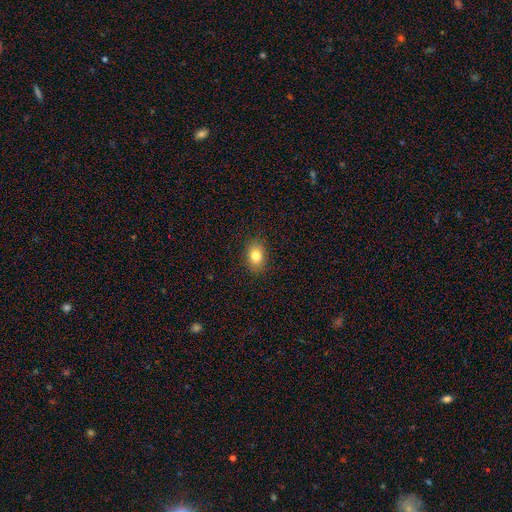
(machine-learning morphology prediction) The model was most divided on "how rounded": in between: 74%, round: 25%, cigar-shaped: 1%. More confident: merging — none (88%); smooth or featured — smooth (82%).